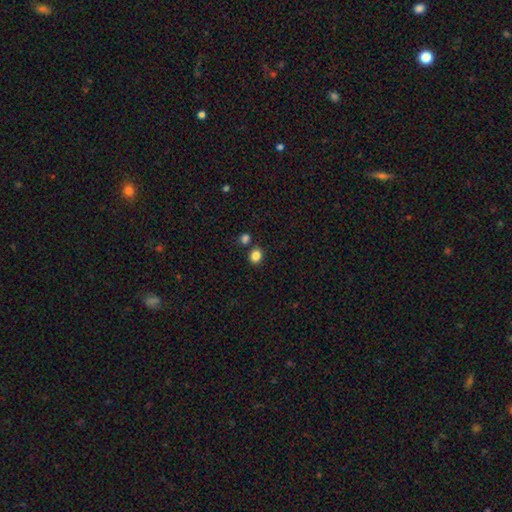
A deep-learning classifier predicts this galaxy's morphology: Smooth or featured? Predicted: smooth (p=0.85). How rounded? Predicted: round (p=0.62). Merging? Predicted: none (p=0.78).